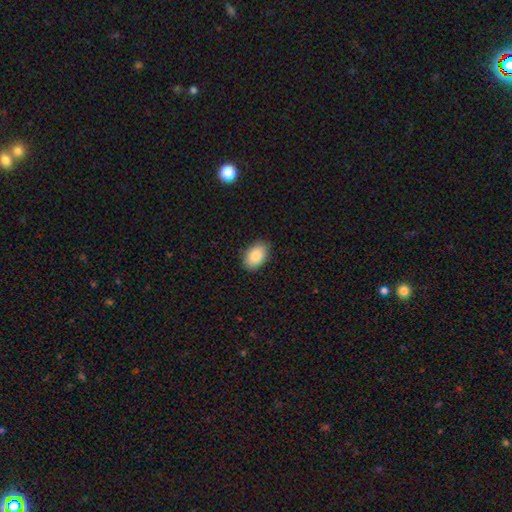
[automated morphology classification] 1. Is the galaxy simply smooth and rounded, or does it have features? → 86% smooth, 7% star or artifact, 7% featured or disk.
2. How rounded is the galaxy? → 90% in between, 9% round, 1% cigar-shaped.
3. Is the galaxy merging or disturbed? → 87% none, 10% minor disturbance, 2% major disturbance, 1% merger.